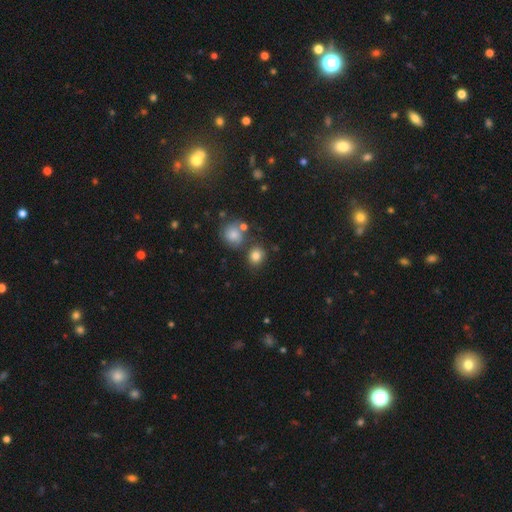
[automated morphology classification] This is clearly a smooth galaxy (82%). How rounded: likely round (74%). Merging: likely none (73%).